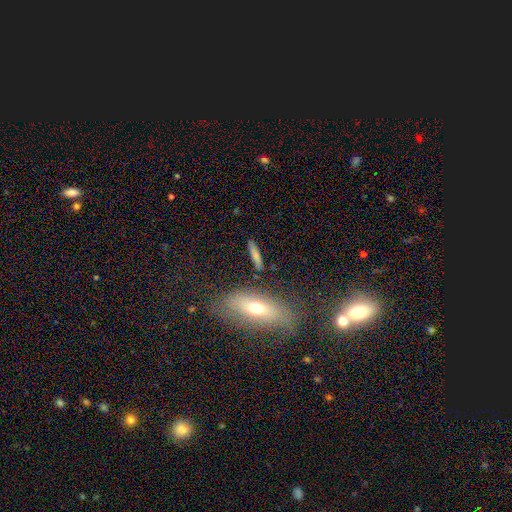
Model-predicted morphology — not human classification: type=smooth (73%); roundness=cigar-shaped (81%); merging=none (81%).